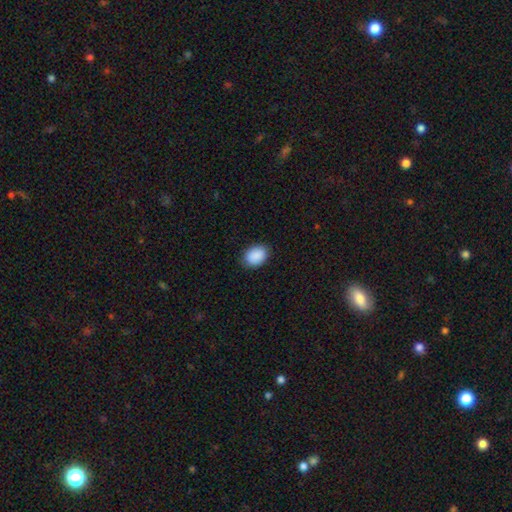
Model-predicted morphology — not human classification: type=smooth (91%); roundness=in between (75%); merging=none (85%).